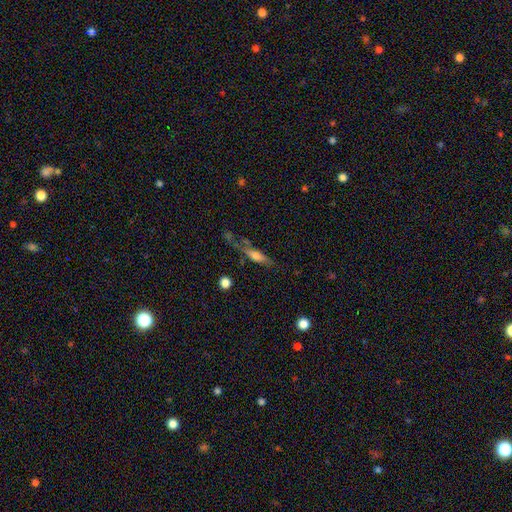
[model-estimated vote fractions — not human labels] smooth 56%, featured or disk 35%, star or artifact 10%. Down the decision tree: how rounded — cigar-shaped (64%); merging — none (50%).